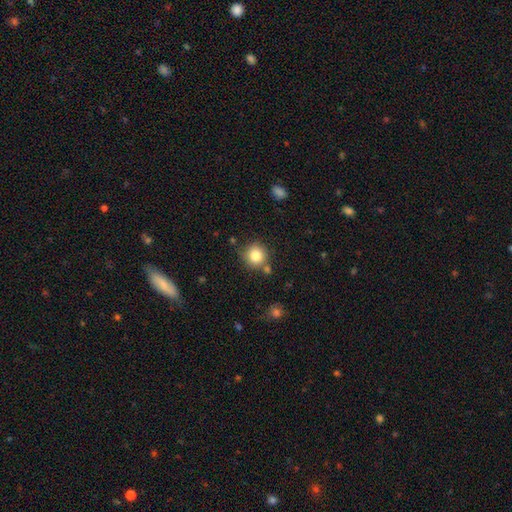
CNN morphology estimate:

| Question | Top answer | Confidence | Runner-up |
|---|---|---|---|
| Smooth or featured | smooth | 83% | star or artifact (10%) |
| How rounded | round | 92% | in between (7%) |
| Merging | none | 77% | minor disturbance (11%) |